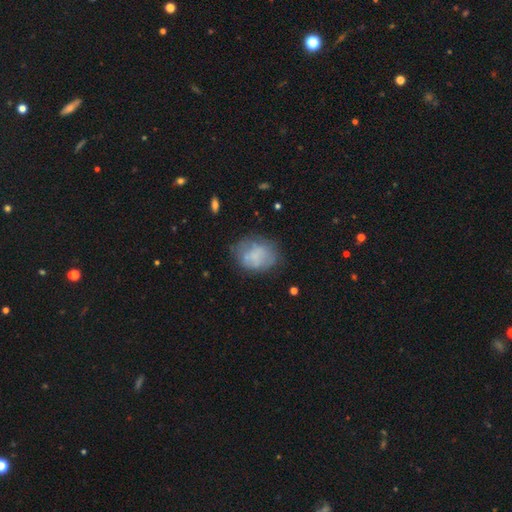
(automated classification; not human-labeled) Morphology: type=smooth (59%); roundness=in between (54%); merging=none (56%).